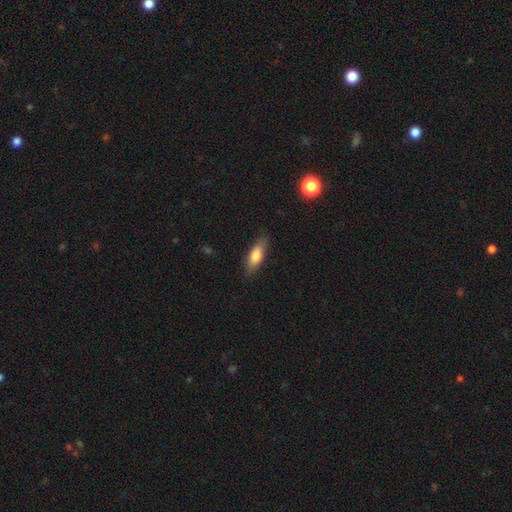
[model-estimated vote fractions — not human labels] smooth 77%, featured or disk 17%, star or artifact 6%. Down the decision tree: how rounded — in between (64%); merging — none (81%).